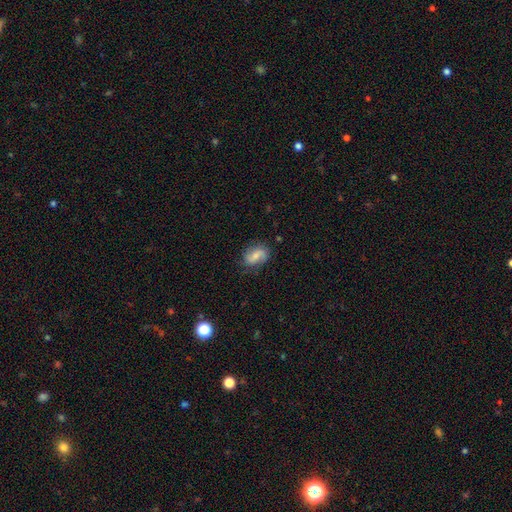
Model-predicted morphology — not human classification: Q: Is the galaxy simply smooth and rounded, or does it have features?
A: featured or disk — 61%.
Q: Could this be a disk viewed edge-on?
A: no — 97%.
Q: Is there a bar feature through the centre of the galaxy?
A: weak — 44%.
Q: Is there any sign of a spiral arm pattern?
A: yes — 91%.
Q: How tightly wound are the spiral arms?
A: loose — 48%.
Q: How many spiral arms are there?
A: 2 — 85%.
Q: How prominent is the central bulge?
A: small — 46%.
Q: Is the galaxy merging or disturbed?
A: none — 74%.